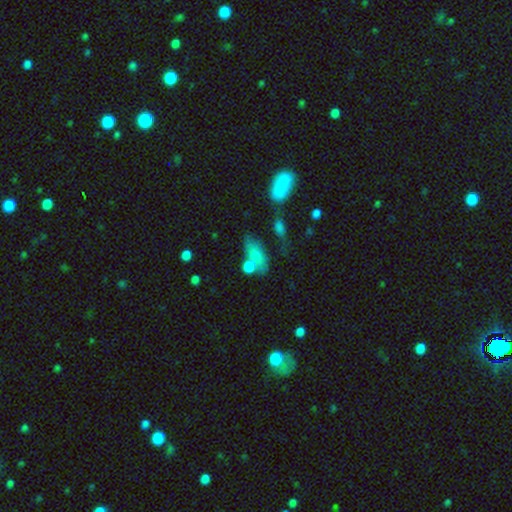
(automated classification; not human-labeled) smooth 70%, featured or disk 19%, star or artifact 11%. Down the decision tree: how rounded — in between (80%); merging — none (41%).